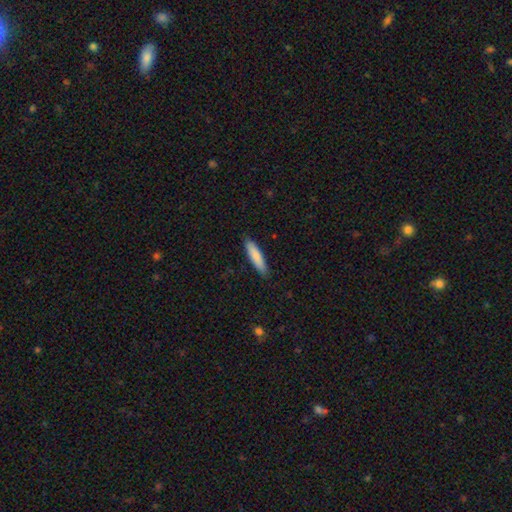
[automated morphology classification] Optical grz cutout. It shows a smooth galaxy with no disk features (83%) that is cigar-shaped (78%). Merging: none (87%).